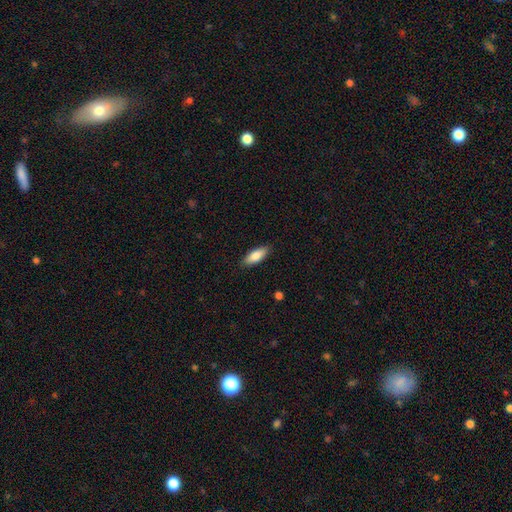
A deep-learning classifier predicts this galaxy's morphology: type=smooth (81%); roundness=in between (71%); merging=none (87%).